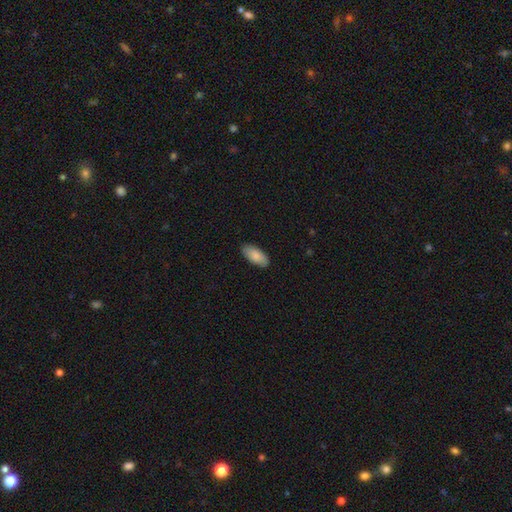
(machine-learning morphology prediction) This is clearly a smooth galaxy (86%). How rounded: clearly in between (91%). Merging: clearly none (88%).